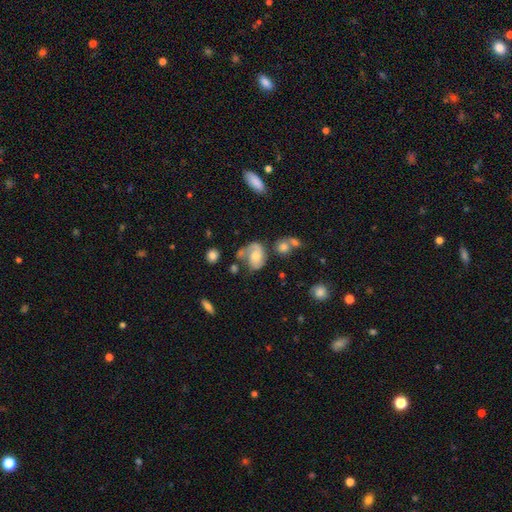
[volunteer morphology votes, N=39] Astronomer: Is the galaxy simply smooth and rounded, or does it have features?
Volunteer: featured or disk — 62%.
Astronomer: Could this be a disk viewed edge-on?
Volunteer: no — 96%.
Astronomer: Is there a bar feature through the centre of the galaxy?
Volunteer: no — 65%.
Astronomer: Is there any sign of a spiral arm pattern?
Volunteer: yes — 87%.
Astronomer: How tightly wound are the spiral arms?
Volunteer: tight — 45% (runner-up: medium, 35%).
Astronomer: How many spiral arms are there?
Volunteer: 2 — 65%.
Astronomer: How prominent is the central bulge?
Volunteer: moderate — 52% (runner-up: large, 30%).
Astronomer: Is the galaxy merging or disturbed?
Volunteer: none — 53%.